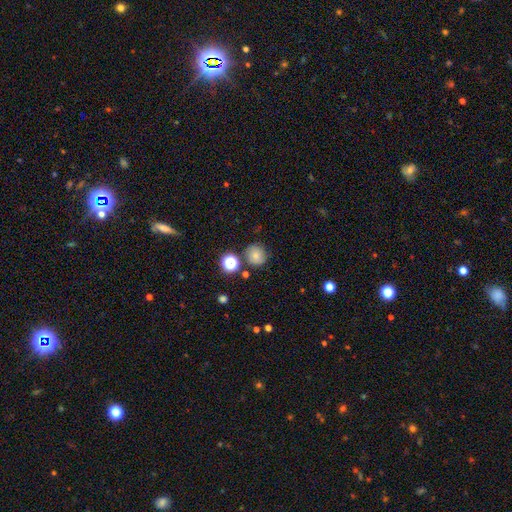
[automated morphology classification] smooth_or_featured: smooth (p=0.75) [alt: star or artifact p=0.15]
how_rounded: round (p=0.89) [alt: in between p=0.10]
merging: none (p=0.77) [alt: minor disturbance p=0.11]